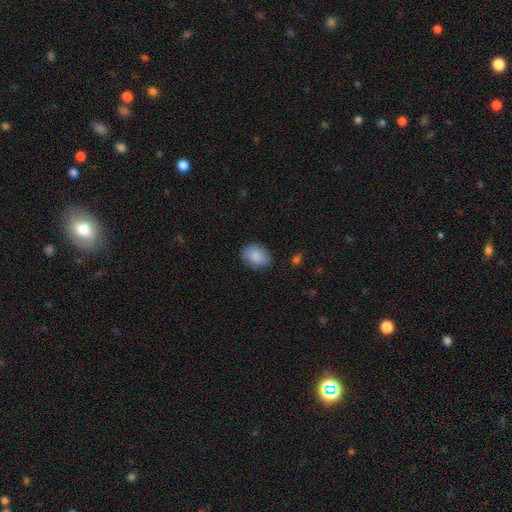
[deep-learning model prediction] Smooth or featured: smooth — 86% (featured or disk — 7%)
How rounded: in between — 66% (round — 33%)
Merging: none — 78% (minor disturbance — 17%)